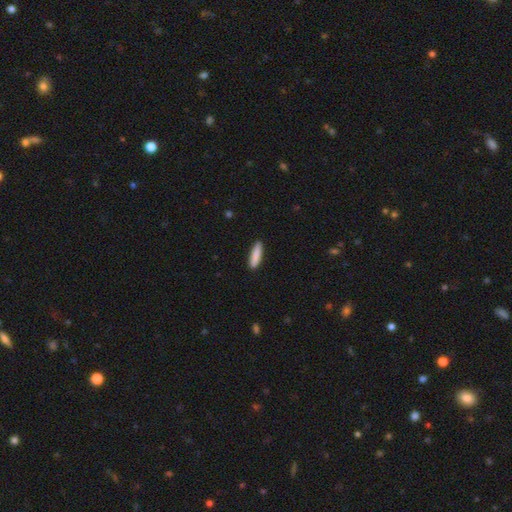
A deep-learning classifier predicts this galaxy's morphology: This appears to be a smooth galaxy with no disk features (86%) that is cigar-shaped (77%). Merging: none (89%).